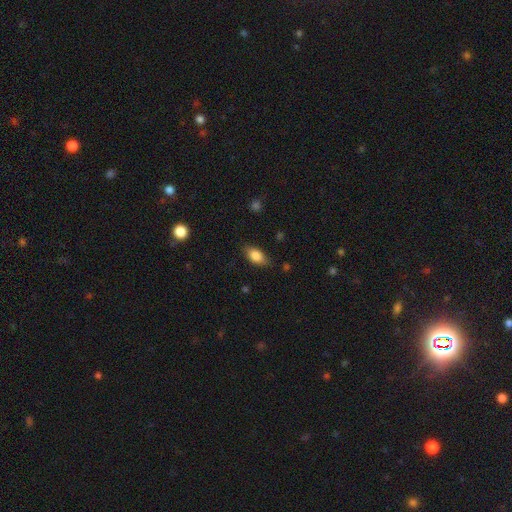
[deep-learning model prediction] Overall: smooth (83%). How rounded: in between (89%). Merging: none (80%).